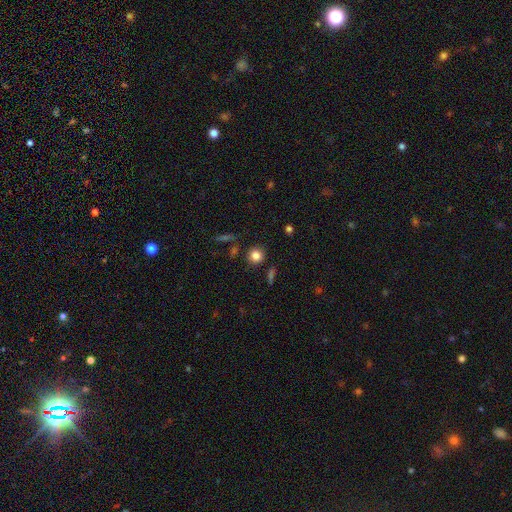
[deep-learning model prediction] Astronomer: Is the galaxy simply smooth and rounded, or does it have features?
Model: smooth — 83%.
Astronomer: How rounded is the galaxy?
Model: round — 89%.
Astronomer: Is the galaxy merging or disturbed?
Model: none — 86%.